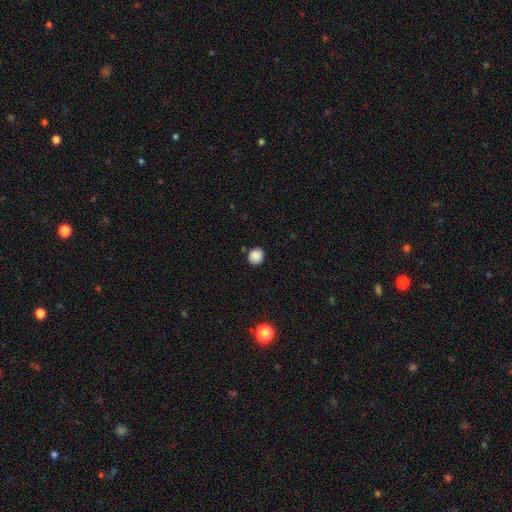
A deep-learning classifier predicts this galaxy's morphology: Smooth or featured?
  - smooth: 87% *
  - star or artifact: 9%
  - featured or disk: 3%
How rounded?
  - round: 78% *
  - in between: 21%
  - cigar-shaped: 1%
Merging?
  - none: 85% *
  - minor disturbance: 10%
  - merger: 3%
  - major disturbance: 2%